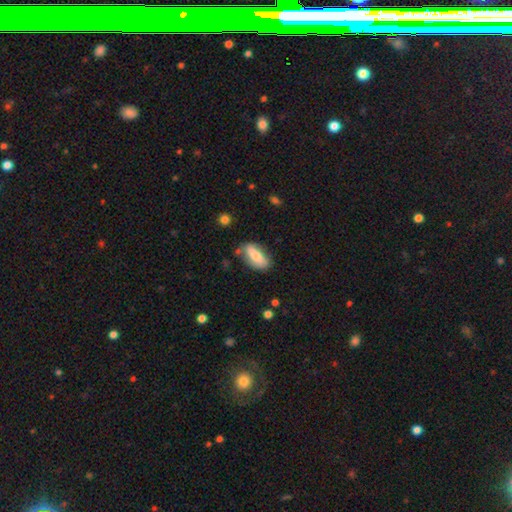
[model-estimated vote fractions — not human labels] The model was most divided on "smooth or featured": smooth: 69%, featured or disk: 25%, star or artifact: 6%. More confident: how rounded — in between (84%); merging — none (70%).